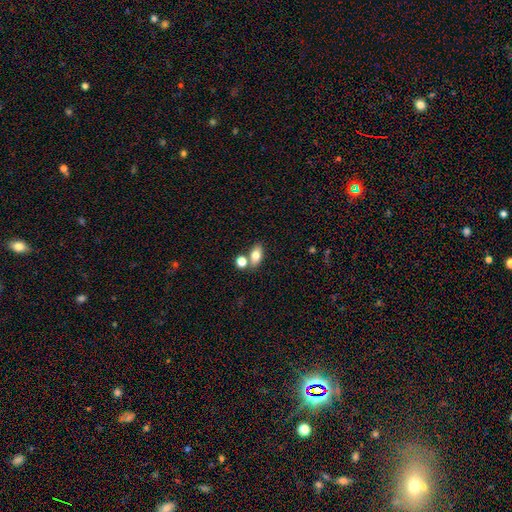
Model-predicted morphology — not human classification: This is likely a smooth galaxy (78%). How rounded: clearly in between (83%). Merging: likely none (62%).